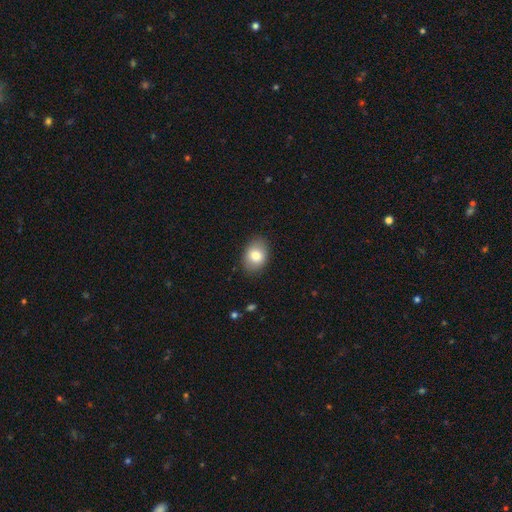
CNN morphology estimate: The model was most divided on "how rounded": in between: 73%, round: 26%, cigar-shaped: 1%. More confident: merging — none (86%); smooth or featured — smooth (81%).